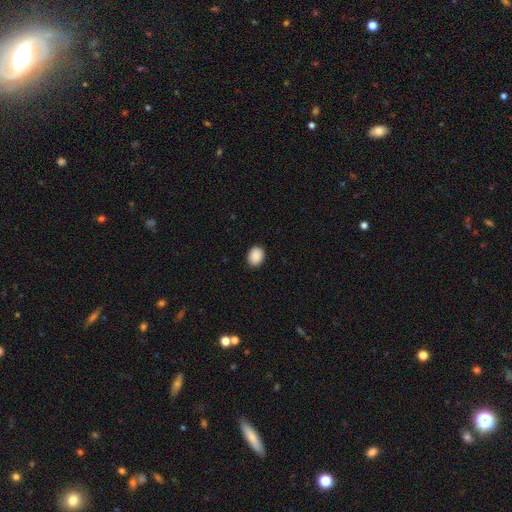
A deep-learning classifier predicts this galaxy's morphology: smooth_or_featured: smooth (p=0.89) [alt: star or artifact p=0.08]
how_rounded: in between (p=0.52) [alt: round p=0.47]
merging: none (p=0.90) [alt: minor disturbance p=0.07]